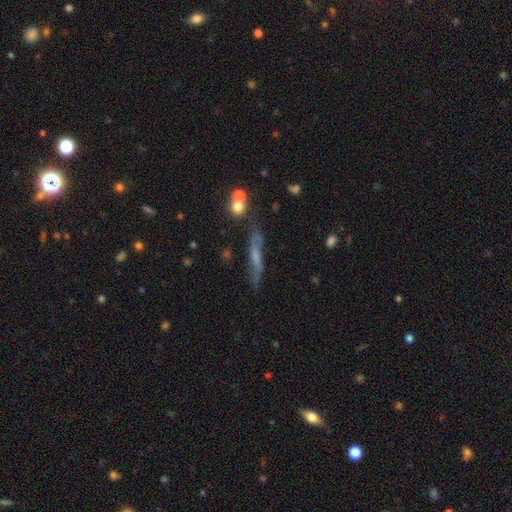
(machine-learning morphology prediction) Smooth or featured: featured or disk — 47% (smooth — 41%)
Merging: none — 72% (minor disturbance — 17%)